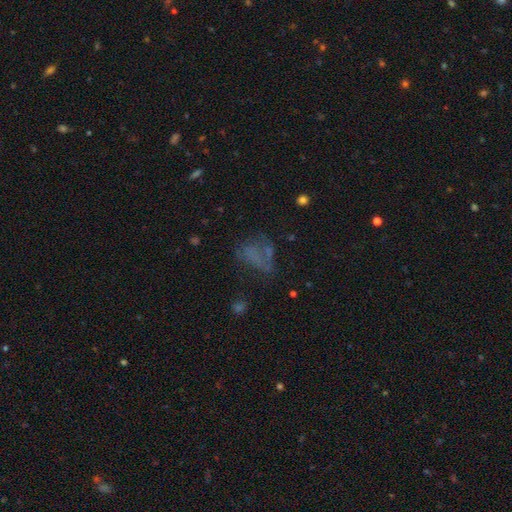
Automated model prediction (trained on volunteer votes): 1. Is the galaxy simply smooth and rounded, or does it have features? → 41% smooth, 32% featured or disk, 27% star or artifact.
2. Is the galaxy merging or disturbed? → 38% none, 35% major disturbance, 20% minor disturbance, 7% merger.